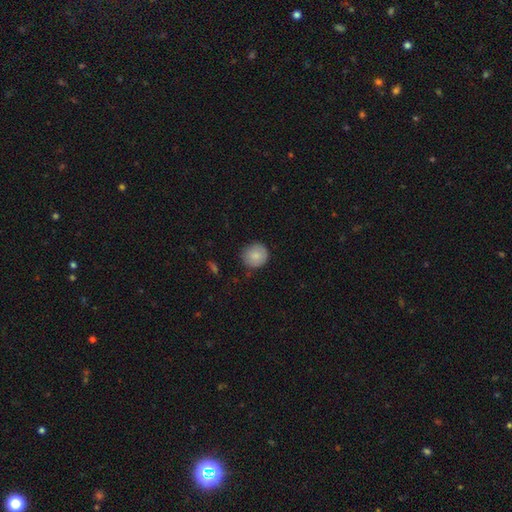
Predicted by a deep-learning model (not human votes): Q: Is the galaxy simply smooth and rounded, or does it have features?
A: smooth — 84%.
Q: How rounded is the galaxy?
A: round — 90%.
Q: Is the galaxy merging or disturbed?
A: none — 84%.